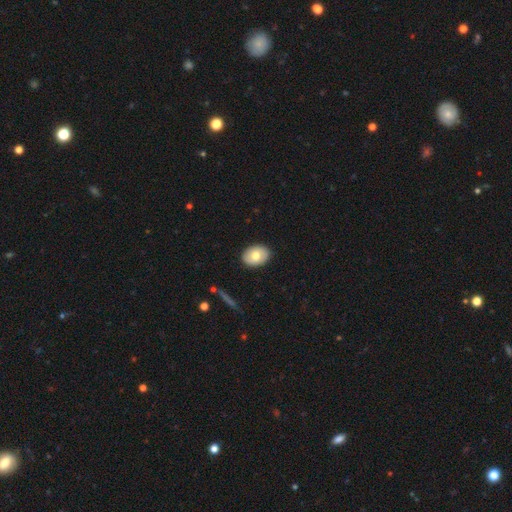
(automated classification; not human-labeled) Overall: smooth (70%). How rounded: in between (75%). Merging: none (90%).